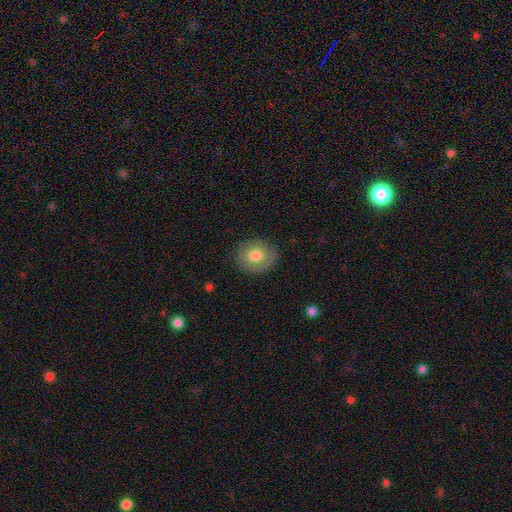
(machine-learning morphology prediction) The model was most divided on "how rounded": round: 68%, in between: 31%, cigar-shaped: 1%. More confident: merging — none (84%); smooth or featured — smooth (75%).